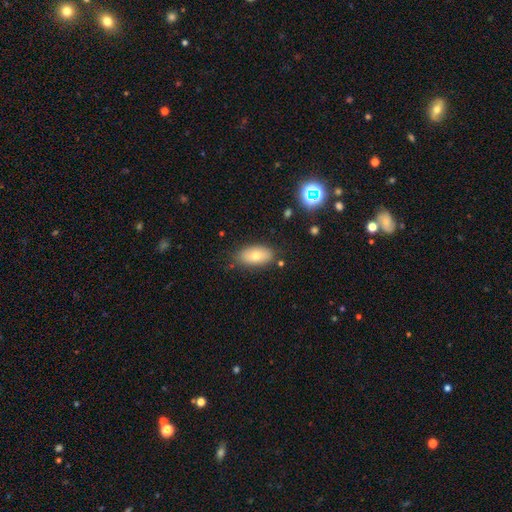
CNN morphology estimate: Smooth or featured? Predicted: smooth (p=0.73). How rounded? Predicted: in between (p=0.92). Merging? Predicted: none (p=0.80).